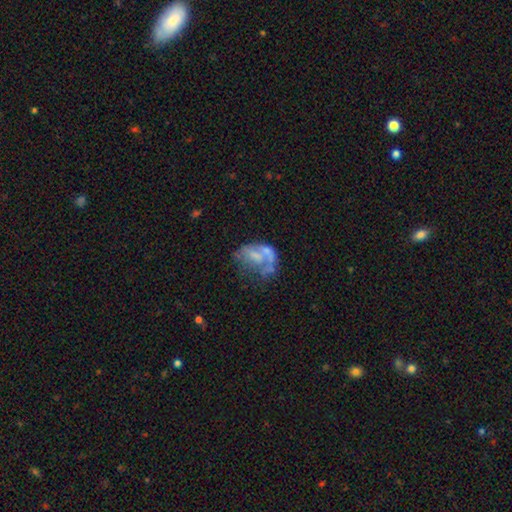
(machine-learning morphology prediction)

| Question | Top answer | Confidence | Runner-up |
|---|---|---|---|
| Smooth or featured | featured or disk | 58% | smooth (29%) |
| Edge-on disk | no | 98% | yes (2%) |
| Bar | no | 80% | weak (16%) |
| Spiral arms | no | 75% | yes (25%) |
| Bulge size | none | 50% | small (26%) |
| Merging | major disturbance | 35% | none (28%) |